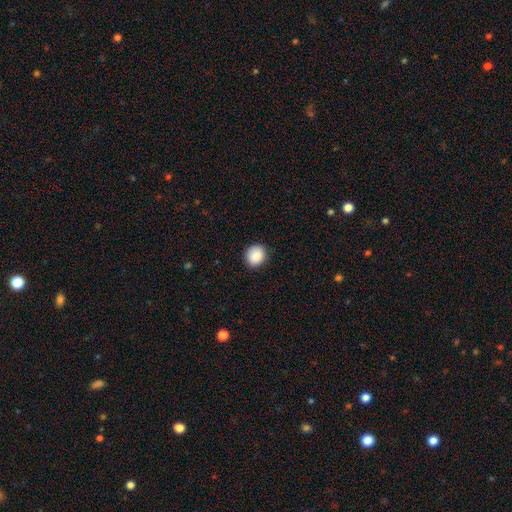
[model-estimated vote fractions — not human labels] Overall: smooth (89%). How rounded: round (76%). Merging: none (88%).